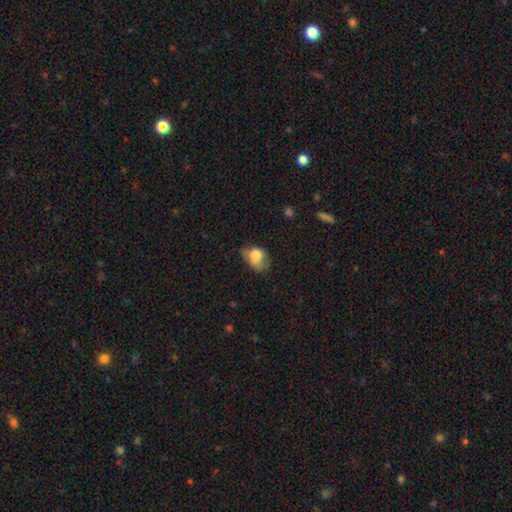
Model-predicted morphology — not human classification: Smooth or featured? smooth (73%)
How rounded? in between (69%)
Merging? minor disturbance (36%)